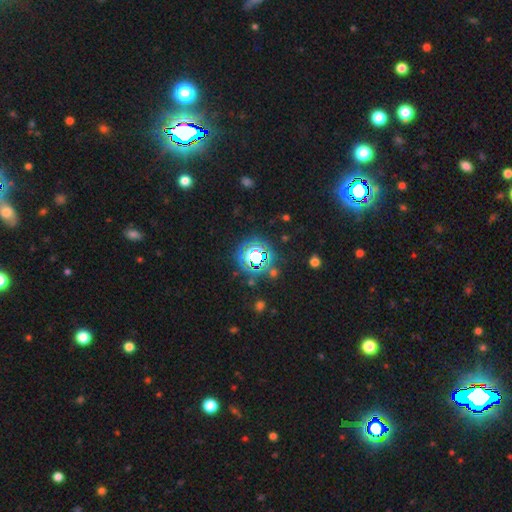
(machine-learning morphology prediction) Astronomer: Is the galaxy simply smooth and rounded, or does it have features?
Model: star or artifact — 77%.